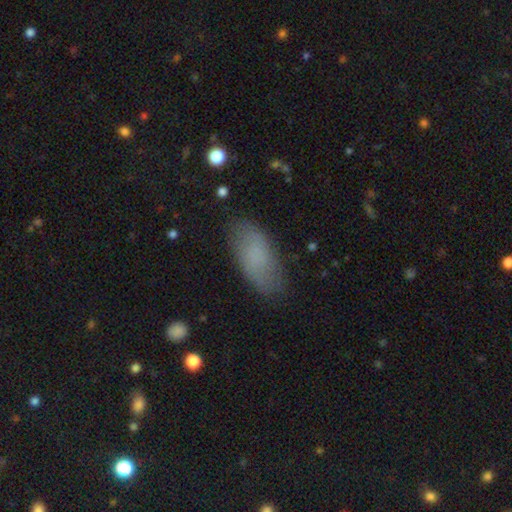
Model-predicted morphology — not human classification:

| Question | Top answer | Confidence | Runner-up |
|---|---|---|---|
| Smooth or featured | smooth | 75% | featured or disk (17%) |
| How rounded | in between | 88% | cigar-shaped (9%) |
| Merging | none | 80% | minor disturbance (15%) |